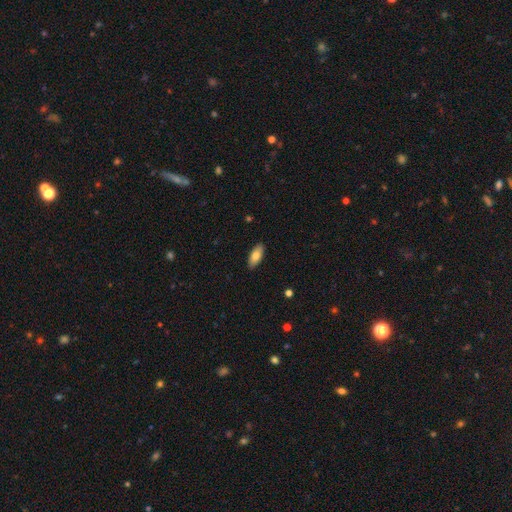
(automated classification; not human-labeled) smooth_or_featured: smooth (p=0.79) [alt: featured or disk p=0.15]
how_rounded: in between (p=0.83) [alt: cigar-shaped p=0.15]
merging: none (p=0.89) [alt: minor disturbance p=0.08]